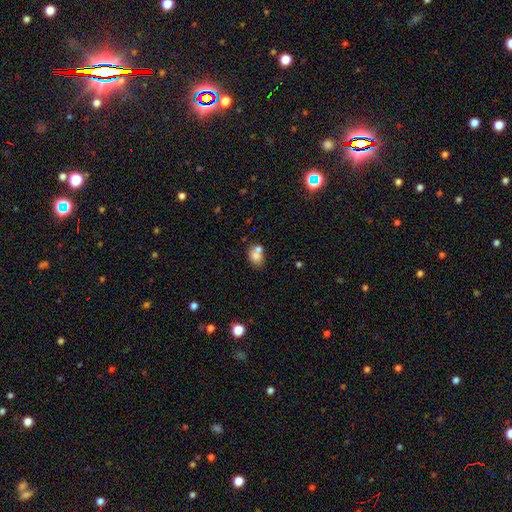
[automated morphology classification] A smooth galaxy with no disk features (75%) that is in between round and cigar-shaped (59%).

Vote fractions:
- Smooth or featured? smooth: 75% / featured or disk: 14% / star or artifact: 11%
- How rounded? in between: 59% / round: 40% / cigar-shaped: 1%
- Merging? merger: 45% / none: 39% / minor disturbance: 12% / major disturbance: 5%